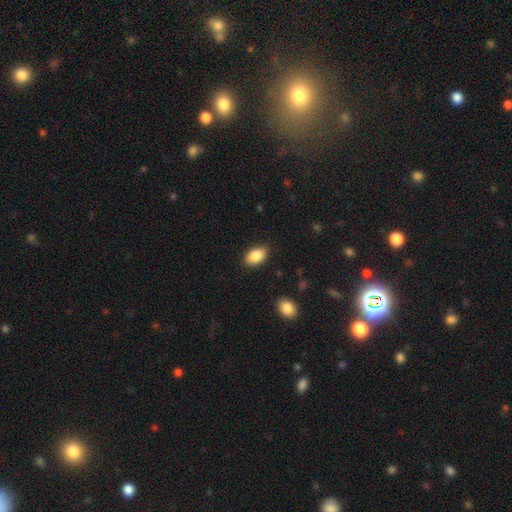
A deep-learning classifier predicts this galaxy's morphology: Smooth or featured: smooth — 88% (star or artifact — 7%)
How rounded: in between — 91% (round — 8%)
Merging: none — 86% (minor disturbance — 10%)